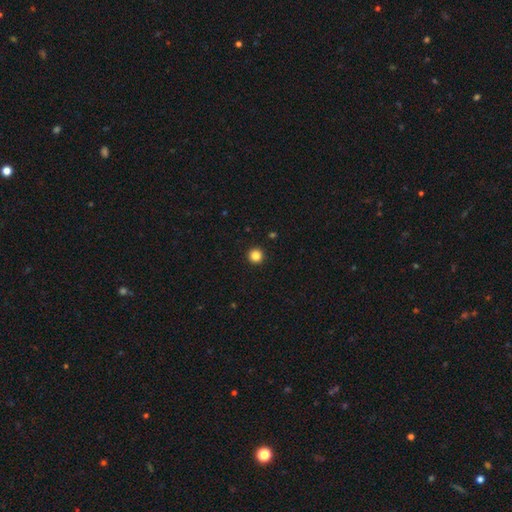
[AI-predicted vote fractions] Smooth or featured? smooth (85%)
How rounded? round (96%)
Merging? none (94%)